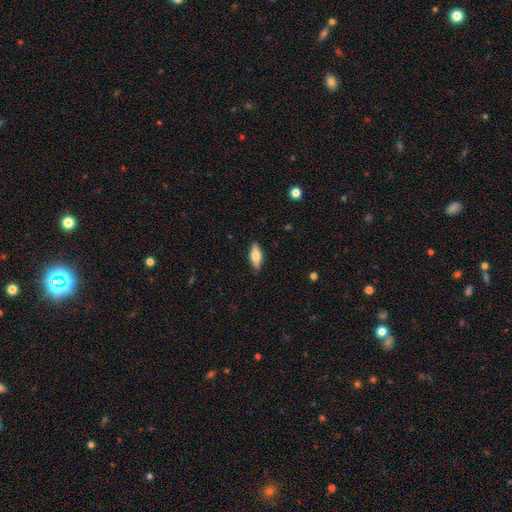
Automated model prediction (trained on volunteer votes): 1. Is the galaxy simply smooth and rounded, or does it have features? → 66% smooth, 28% featured or disk, 6% star or artifact.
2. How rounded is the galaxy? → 68% in between, 29% cigar-shaped, 3% round.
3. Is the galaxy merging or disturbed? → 86% none, 11% minor disturbance, 2% major disturbance, 1% merger.